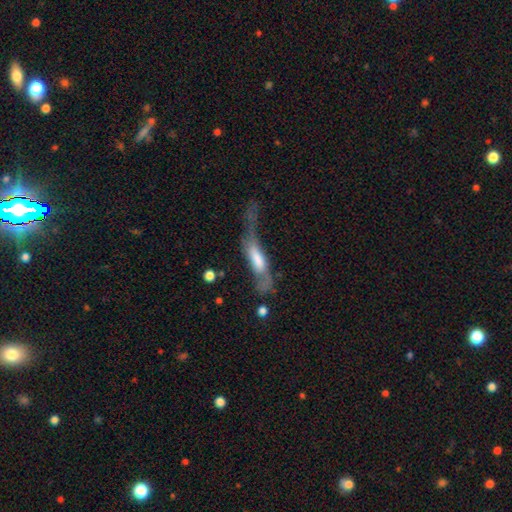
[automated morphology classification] Smooth or featured: featured or disk — 48% (smooth — 44%)
Merging: major disturbance — 47% (none — 23%)